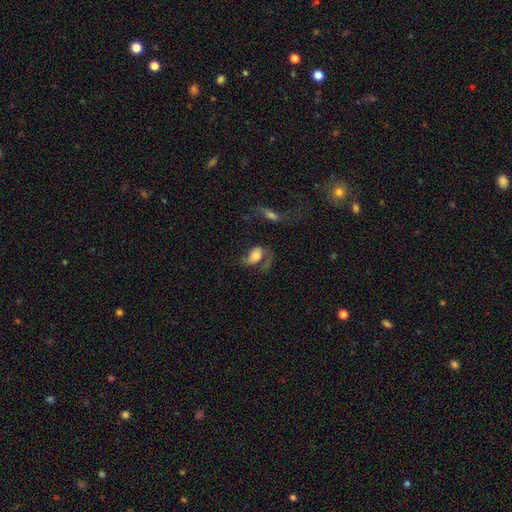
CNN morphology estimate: The model was most divided on "merging": major disturbance: 36%, none: 32%, minor disturbance: 18%, merger: 14%. Remaining: smooth or featured — featured or disk (50%).